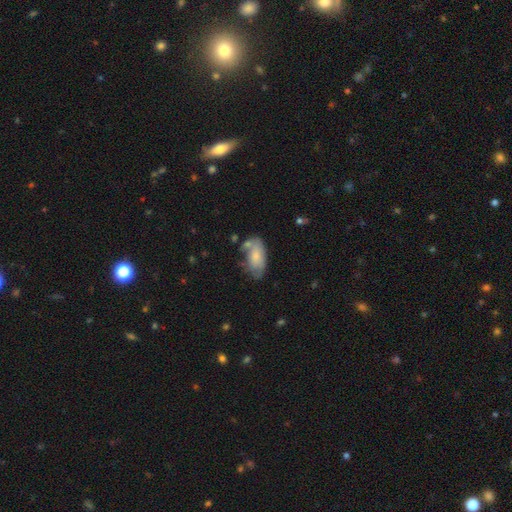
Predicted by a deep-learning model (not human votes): The model was most divided on "merging": none: 49%, minor disturbance: 29%, merger: 12%, major disturbance: 10%. More confident: how rounded — in between (92%); smooth or featured — smooth (72%).